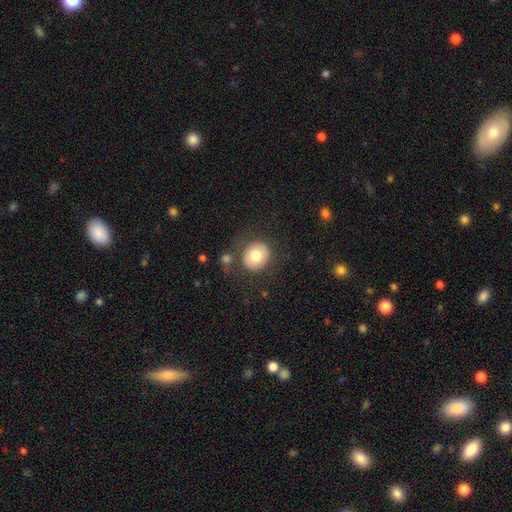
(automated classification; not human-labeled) The model was most divided on "smooth or featured": smooth: 75%, featured or disk: 17%, star or artifact: 8%. More confident: how rounded — round (82%); merging — none (78%).